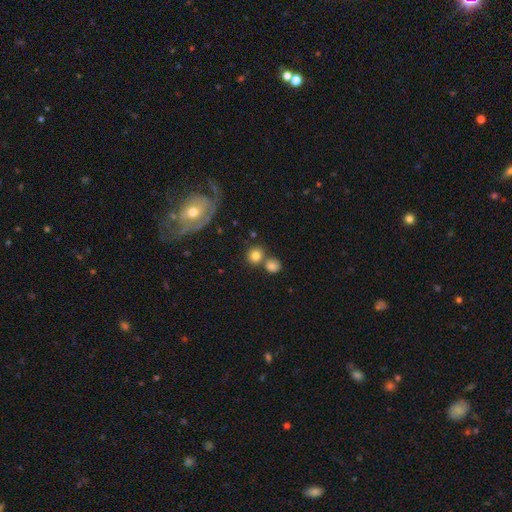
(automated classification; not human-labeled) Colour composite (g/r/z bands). It shows a smooth galaxy with no disk features (80%) that is round (87%). Merging: none (63%).